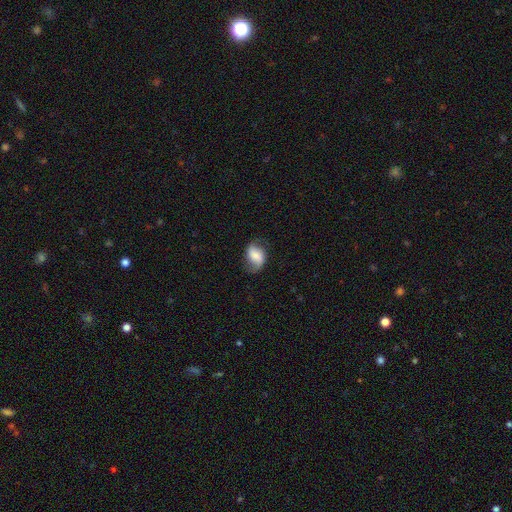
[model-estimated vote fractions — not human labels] Smooth or featured? featured or disk (50%)
Edge-on disk? no (96%)
Merging? none (66%)